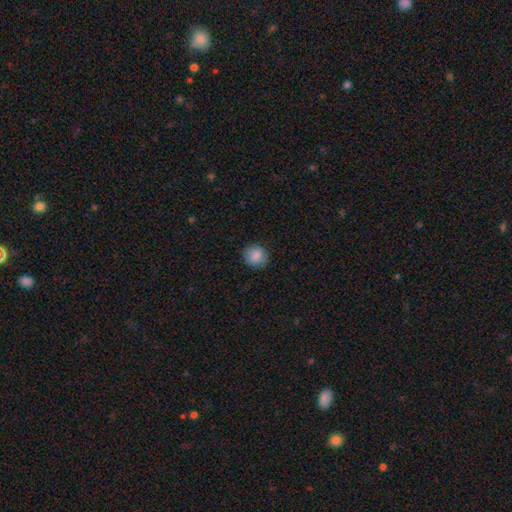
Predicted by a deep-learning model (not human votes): The model was most divided on "how rounded": round: 86%, in between: 13%, cigar-shaped: 1%. More confident: merging — none (90%); smooth or featured — smooth (86%).